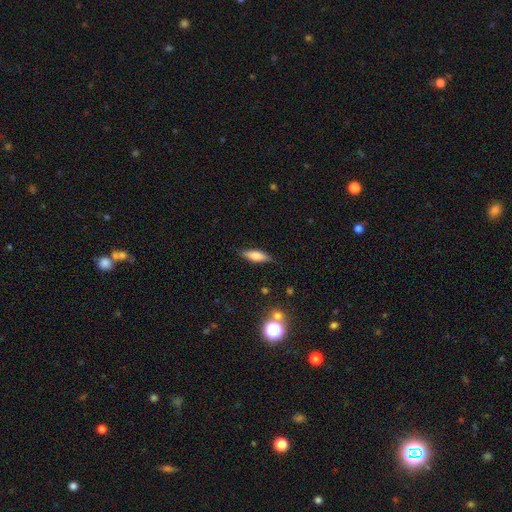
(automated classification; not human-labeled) The model was most divided on "how rounded": in between: 51%, cigar-shaped: 46%, round: 3%. More confident: merging — none (81%); smooth or featured — smooth (64%).